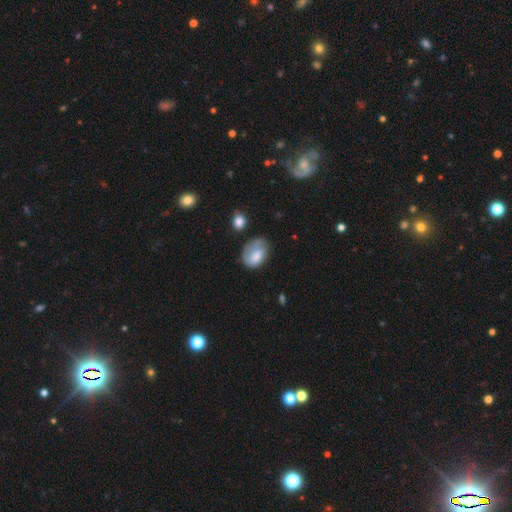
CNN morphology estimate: type=smooth (66%); roundness=in between (74%); merging=none (41%).